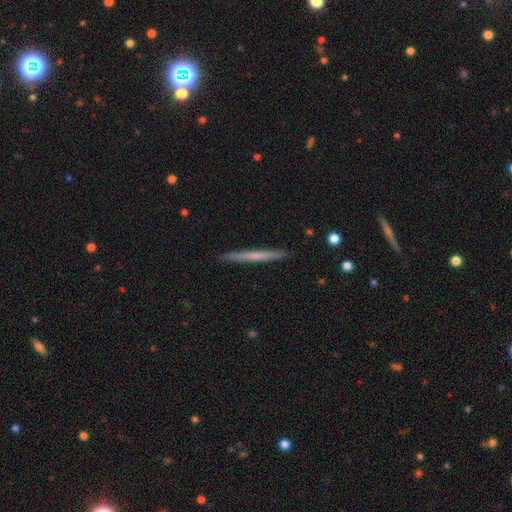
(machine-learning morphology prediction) A smooth galaxy with no disk features (52%) that is cigar-shaped (97%). Merging: none (92%).